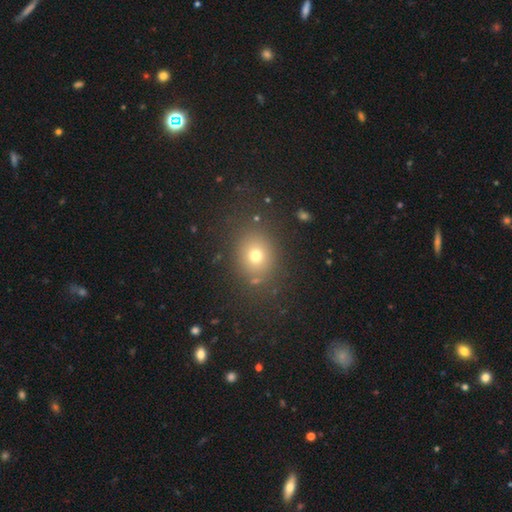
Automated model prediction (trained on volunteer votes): Smooth or featured: smooth — 71% (star or artifact — 18%)
How rounded: round — 63% (in between — 36%)
Merging: none — 82% (minor disturbance — 10%)